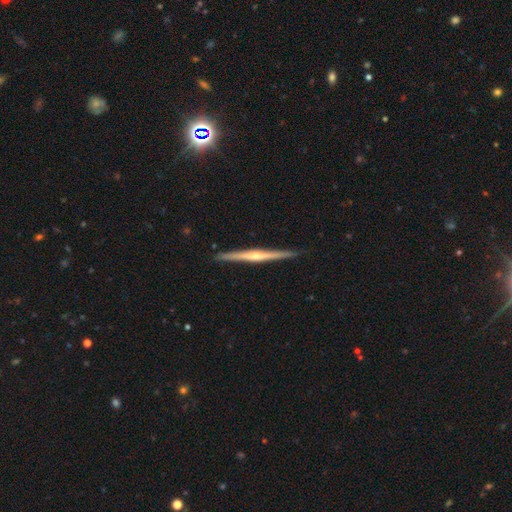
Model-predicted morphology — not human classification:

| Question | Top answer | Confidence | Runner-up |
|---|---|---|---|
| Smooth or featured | featured or disk | 78% | smooth (17%) |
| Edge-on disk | yes | 98% | no (2%) |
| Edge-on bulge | rounded | 72% | none (22%) |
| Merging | none | 91% | minor disturbance (7%) |